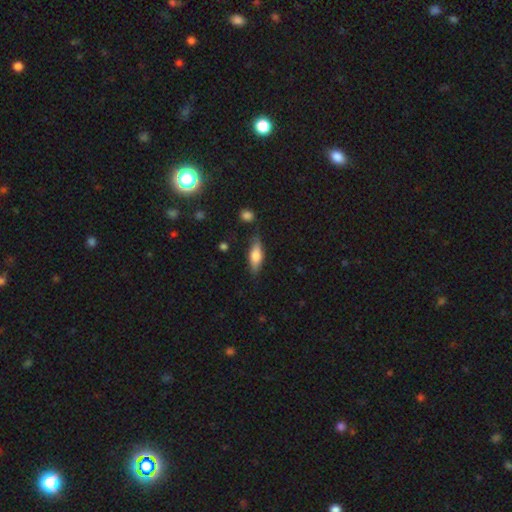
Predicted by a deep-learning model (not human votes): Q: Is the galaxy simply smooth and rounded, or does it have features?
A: smooth — 62%.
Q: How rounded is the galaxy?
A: in between — 56%.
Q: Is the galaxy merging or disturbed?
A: none — 78%.